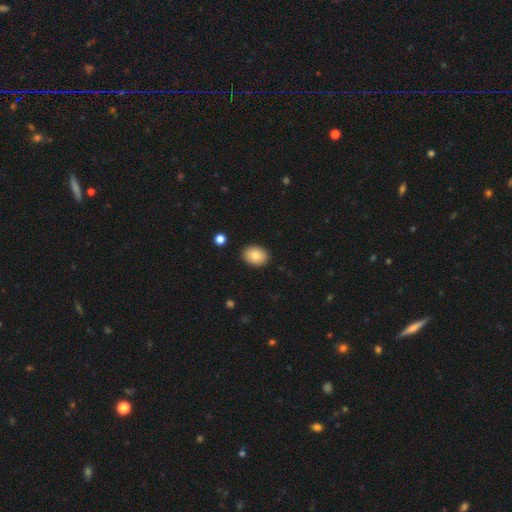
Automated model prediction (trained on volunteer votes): Overall: smooth (84%). How rounded: in between (73%). Merging: none (89%).